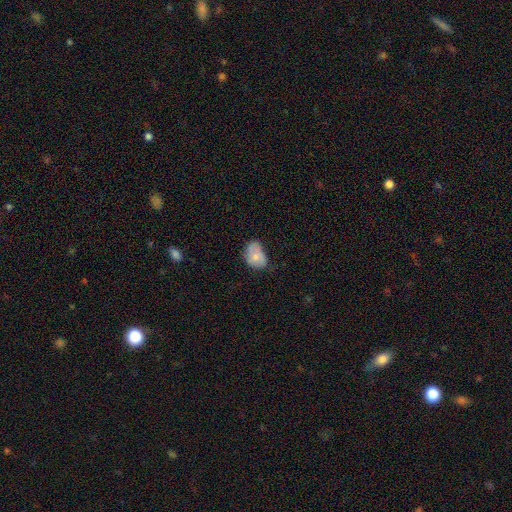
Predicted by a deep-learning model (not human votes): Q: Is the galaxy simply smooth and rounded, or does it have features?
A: smooth — 67%.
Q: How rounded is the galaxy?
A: in between — 77%.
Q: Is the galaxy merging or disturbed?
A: minor disturbance — 43%.